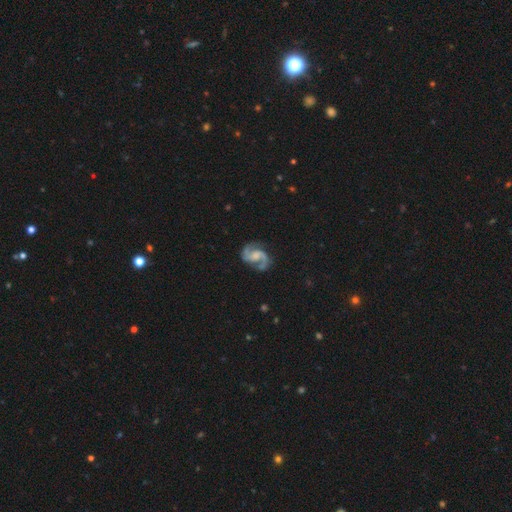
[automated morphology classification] The model was most divided on "bar": weak: 44%, no: 43%, strong: 12%. Remaining: edge-on disk — no (98%); spiral arms — yes (98%); spiral arm count — 2 (94%); smooth or featured — featured or disk (91%); merging — none (77%); spiral winding — medium (59%); bulge size — moderate (32%).